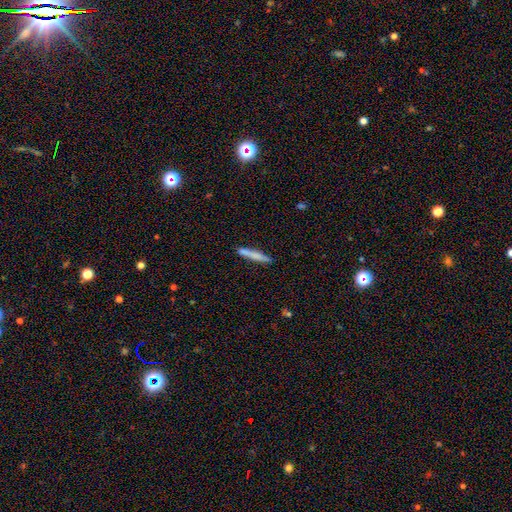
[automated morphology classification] Smooth or featured? Predicted: smooth (p=0.73). How rounded? Predicted: cigar-shaped (p=0.94). Merging? Predicted: none (p=0.85).